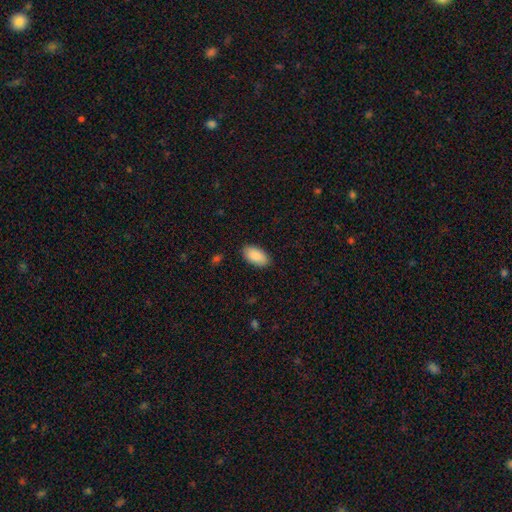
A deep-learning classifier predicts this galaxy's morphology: smooth_or_featured: smooth (p=0.90) [alt: star or artifact p=0.06]
how_rounded: in between (p=0.95) [alt: round p=0.03]
merging: none (p=0.87) [alt: minor disturbance p=0.09]